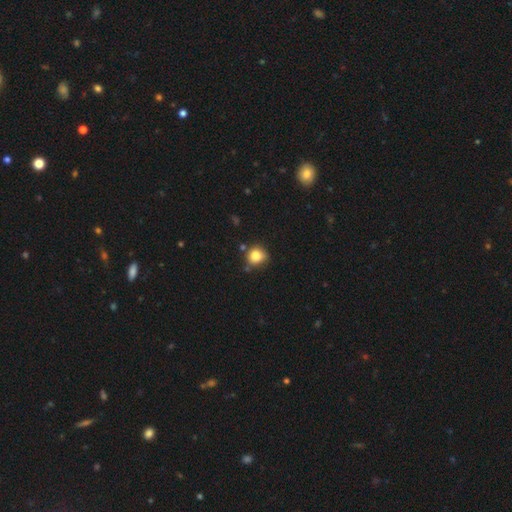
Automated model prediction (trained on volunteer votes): Smooth or featured?
  - smooth: 83% *
  - star or artifact: 11%
  - featured or disk: 6%
How rounded?
  - round: 81% *
  - in between: 18%
  - cigar-shaped: 1%
Merging?
  - none: 70% *
  - minor disturbance: 19%
  - merger: 7%
  - major disturbance: 4%